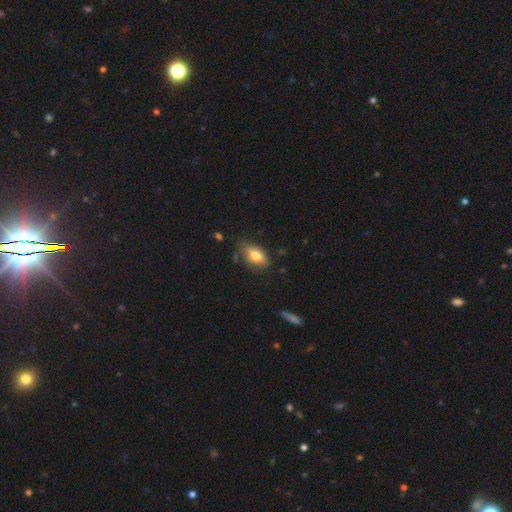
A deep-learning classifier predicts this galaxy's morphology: The model was most divided on "merging": none: 72%, minor disturbance: 21%, major disturbance: 4%, merger: 2%. More confident: how rounded — in between (85%); smooth or featured — smooth (72%).